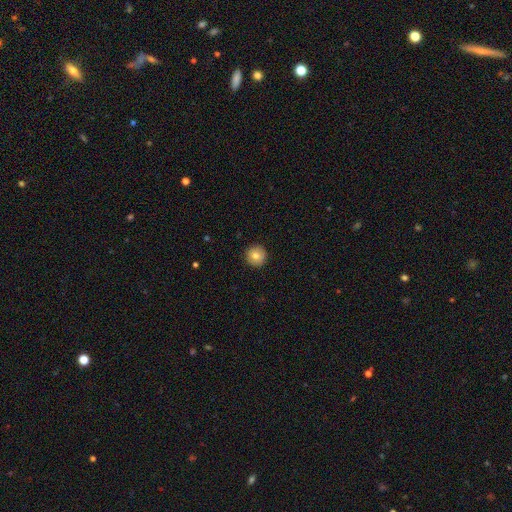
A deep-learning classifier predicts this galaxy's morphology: Smooth or featured? smooth (79%)
How rounded? round (96%)
Merging? none (92%)